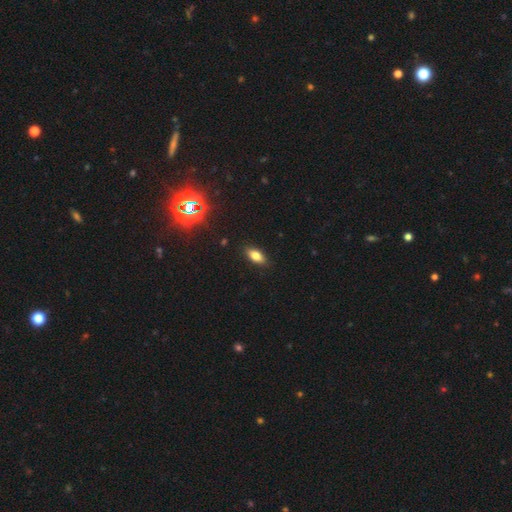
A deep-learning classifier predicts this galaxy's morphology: Overall: smooth (76%). How rounded: in between (86%). Merging: none (88%).